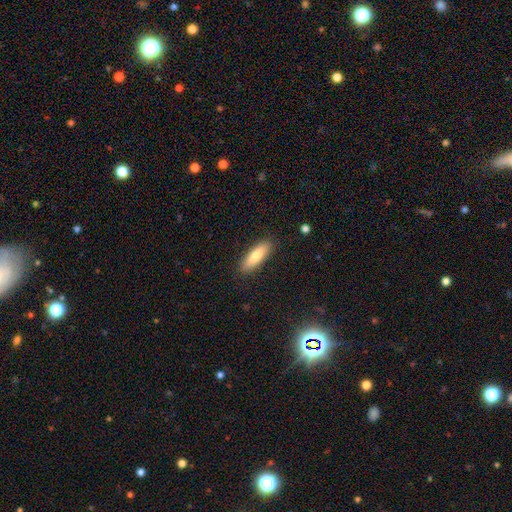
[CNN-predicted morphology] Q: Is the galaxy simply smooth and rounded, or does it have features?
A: smooth — 79%.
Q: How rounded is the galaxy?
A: cigar-shaped — 51%.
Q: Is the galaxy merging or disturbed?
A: none — 88%.